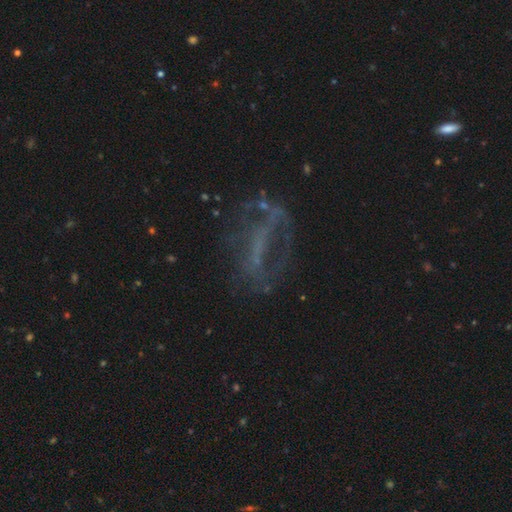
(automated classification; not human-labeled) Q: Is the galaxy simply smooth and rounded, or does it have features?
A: featured or disk — 64%.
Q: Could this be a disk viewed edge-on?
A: no — 89%.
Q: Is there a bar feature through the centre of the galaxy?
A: strong — 38%.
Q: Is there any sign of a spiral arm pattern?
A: no — 63%.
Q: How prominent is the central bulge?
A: none — 65%.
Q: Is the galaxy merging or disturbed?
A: none — 50%.